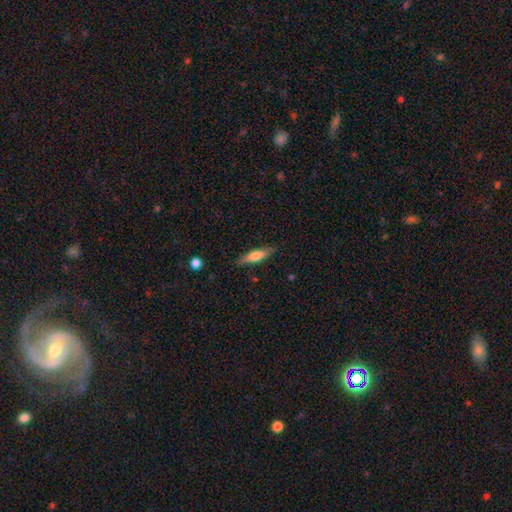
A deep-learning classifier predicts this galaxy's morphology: smooth-or-featured: smooth: 58% | featured or disk: 36% | star or artifact: 6%
  how-rounded: cigar-shaped: 74% | in between: 24% | round: 2%
  merging: none: 85% | minor disturbance: 11% | major disturbance: 2% | merger: 1%